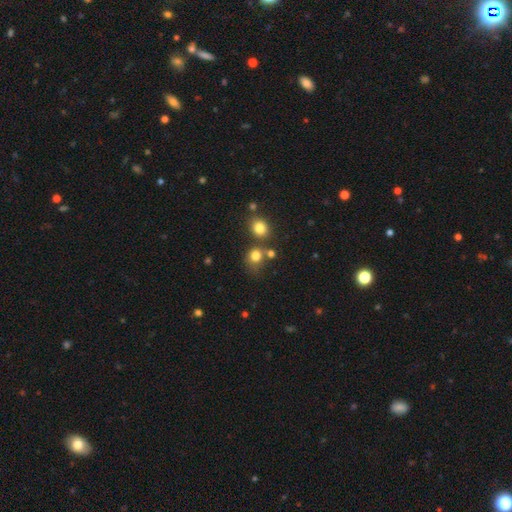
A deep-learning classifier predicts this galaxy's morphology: Smooth or featured?
  - smooth: 78% *
  - star or artifact: 14%
  - featured or disk: 8%
How rounded?
  - round: 76% *
  - in between: 23%
  - cigar-shaped: 1%
Merging?
  - none: 54% *
  - merger: 25%
  - minor disturbance: 14%
  - major disturbance: 7%